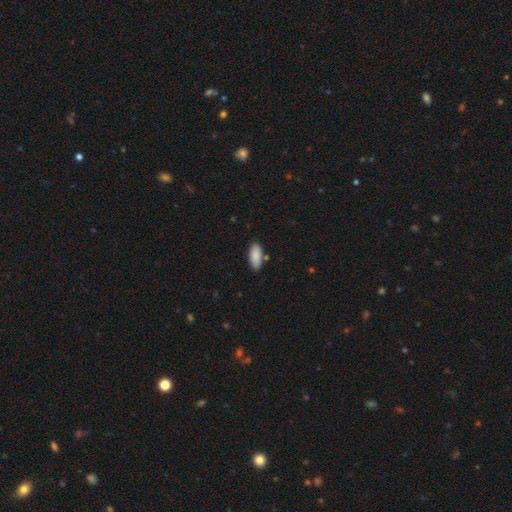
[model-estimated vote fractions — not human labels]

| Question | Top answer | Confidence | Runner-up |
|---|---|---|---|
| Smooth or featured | smooth | 89% | star or artifact (6%) |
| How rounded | in between | 82% | cigar-shaped (17%) |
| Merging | none | 82% | minor disturbance (12%) |